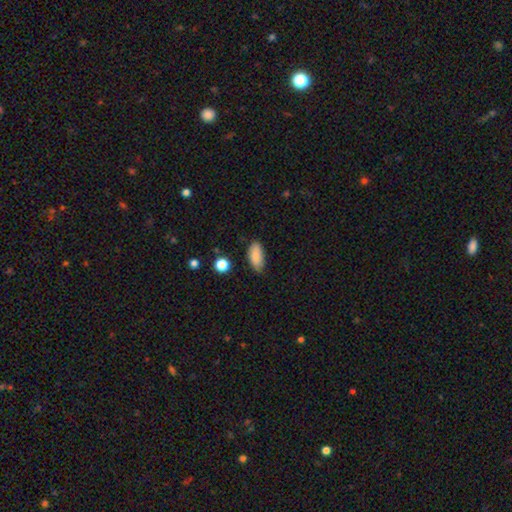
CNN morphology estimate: smooth-or-featured: smooth: 86% | star or artifact: 8% | featured or disk: 7%
  how-rounded: in between: 90% | cigar-shaped: 7% | round: 3%
  merging: none: 76% | minor disturbance: 19% | major disturbance: 3% | merger: 2%